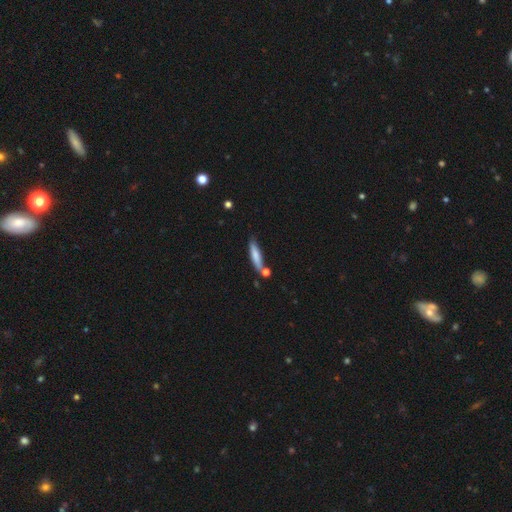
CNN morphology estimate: Smooth or featured?
  - smooth: 72% *
  - featured or disk: 21%
  - star or artifact: 6%
How rounded?
  - cigar-shaped: 83% *
  - in between: 15%
  - round: 2%
Merging?
  - none: 68% *
  - minor disturbance: 17%
  - merger: 12%
  - major disturbance: 4%